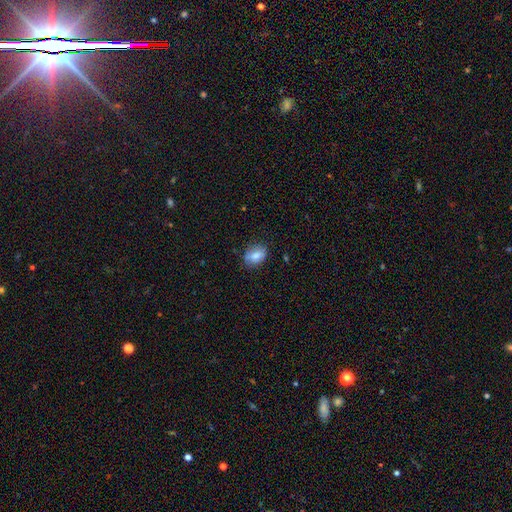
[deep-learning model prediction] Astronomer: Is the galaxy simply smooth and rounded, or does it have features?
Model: smooth — 77%.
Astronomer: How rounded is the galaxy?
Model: in between — 67%.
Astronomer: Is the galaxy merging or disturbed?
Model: none — 73%.